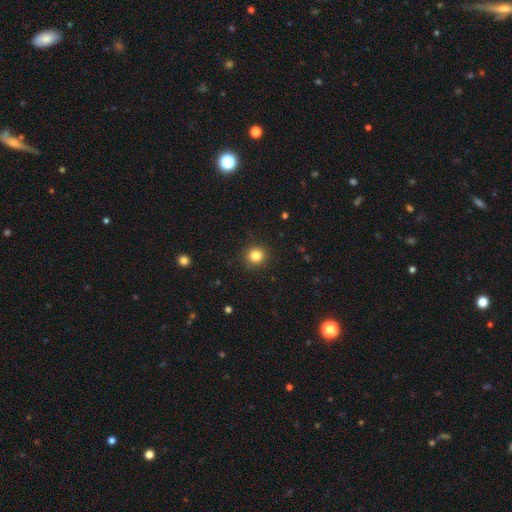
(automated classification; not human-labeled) Smooth or featured? Predicted: smooth (p=0.83). How rounded? Predicted: round (p=0.93). Merging? Predicted: none (p=0.91).